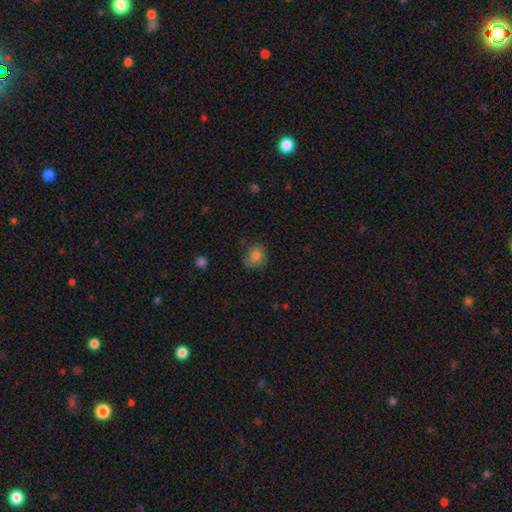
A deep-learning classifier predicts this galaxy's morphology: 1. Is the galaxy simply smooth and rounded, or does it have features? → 80% smooth, 10% star or artifact, 10% featured or disk.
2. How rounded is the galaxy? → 76% round, 23% in between, 1% cigar-shaped.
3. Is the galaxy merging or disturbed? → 69% none, 23% minor disturbance, 7% major disturbance, 2% merger.